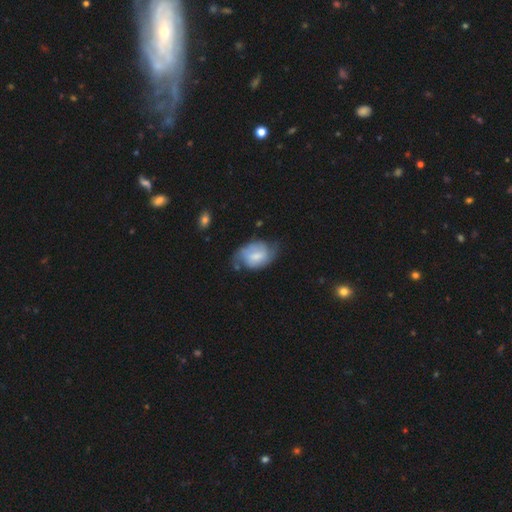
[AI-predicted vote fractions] Morphology: type=smooth (50%); merging=none (47%).